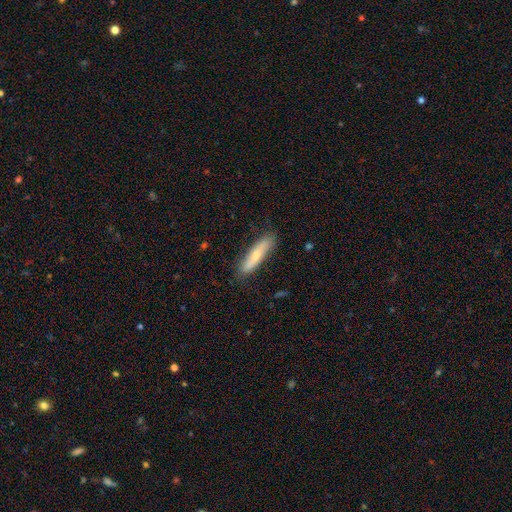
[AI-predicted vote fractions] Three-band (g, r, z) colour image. It shows a smooth galaxy with no disk features (61%) that is cigar-shaped (77%). Merging: none (82%).